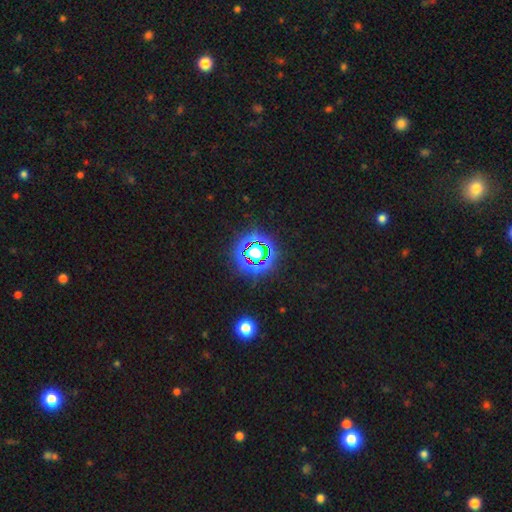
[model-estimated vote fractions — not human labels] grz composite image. It shows a star or artifact, not a galaxy (76%).